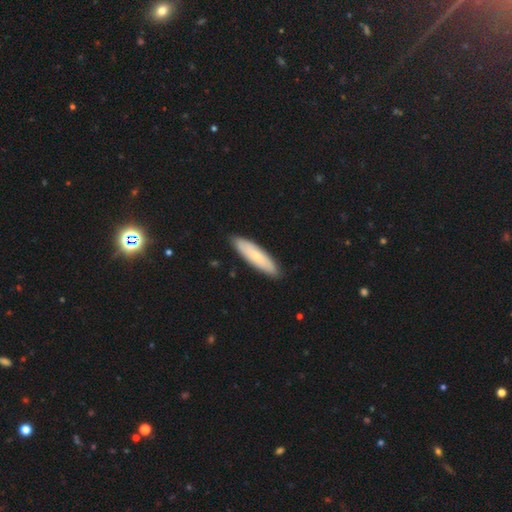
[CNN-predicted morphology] Smooth or featured?
  - smooth: 67% *
  - featured or disk: 28%
  - star or artifact: 5%
How rounded?
  - cigar-shaped: 69% *
  - in between: 29%
  - round: 2%
Merging?
  - none: 89% *
  - minor disturbance: 9%
  - major disturbance: 1%
  - merger: 1%